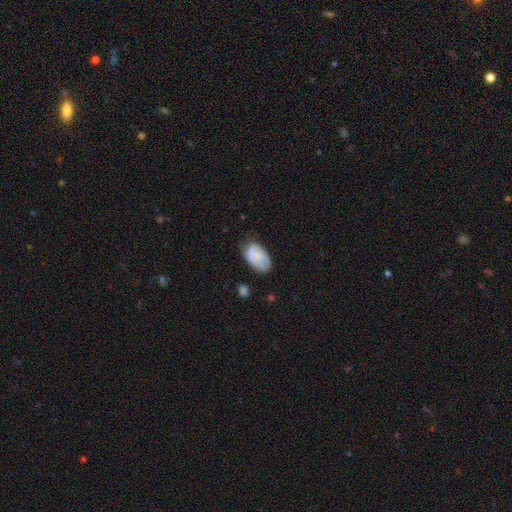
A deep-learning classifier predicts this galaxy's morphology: Smooth or featured? smooth (61%)
How rounded? in between (92%)
Merging? none (57%)